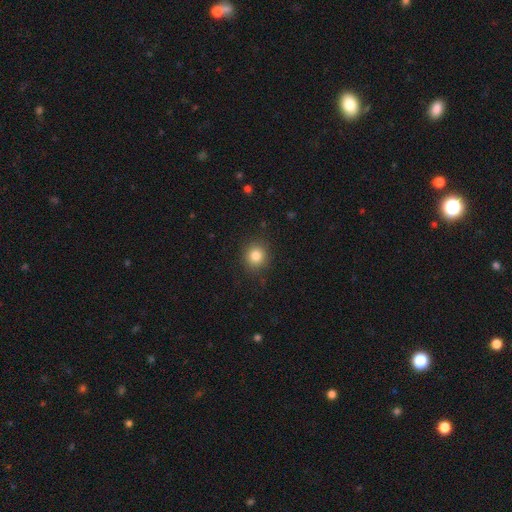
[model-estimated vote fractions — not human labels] This appears to be a smooth galaxy with no disk features (83%) that is round (88%). Merging: none (89%).